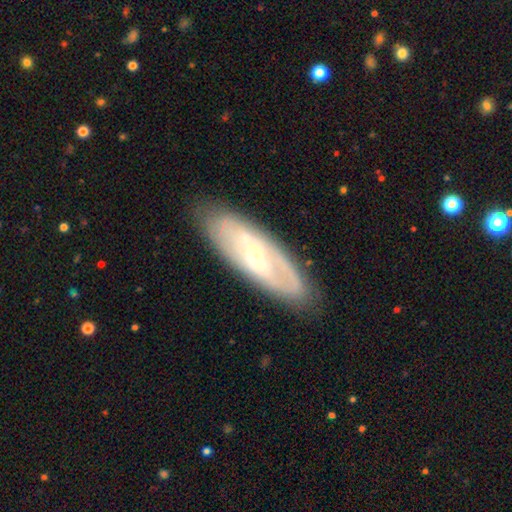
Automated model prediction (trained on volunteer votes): A featured or disk galaxy (71%) with no bar (49%), spiral arms (62%) and a small central bulge (60%). Merging: none (81%).